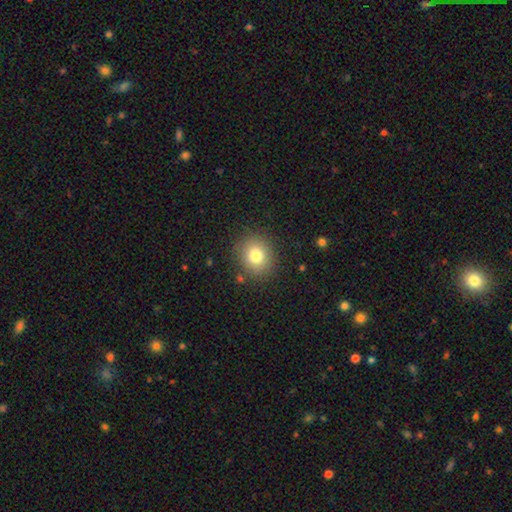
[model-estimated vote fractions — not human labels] Overall: smooth (79%). How rounded: round (80%). Merging: none (87%).